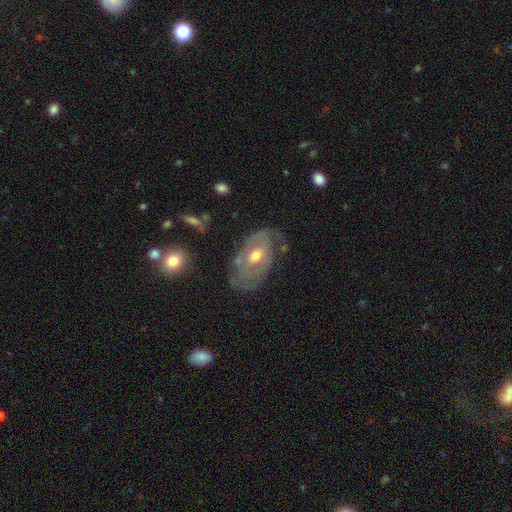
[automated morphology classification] This appears to be a featured or disk galaxy (69%) with no bar (57%), spiral arms (62%) and a moderate central bulge (68%). Merging: none (55%).